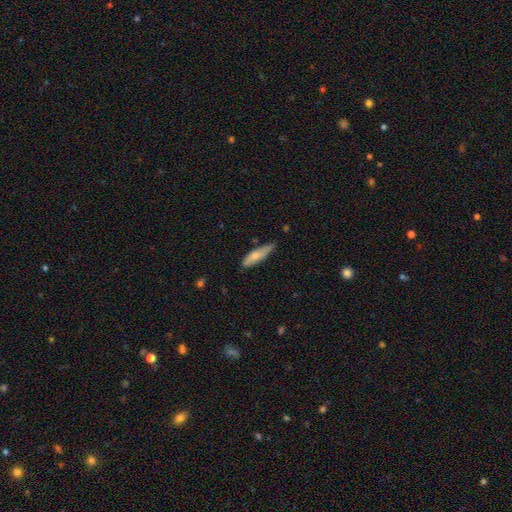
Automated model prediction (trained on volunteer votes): Smooth or featured? Predicted: smooth (p=0.73). How rounded? Predicted: cigar-shaped (p=0.63). Merging? Predicted: none (p=0.61).